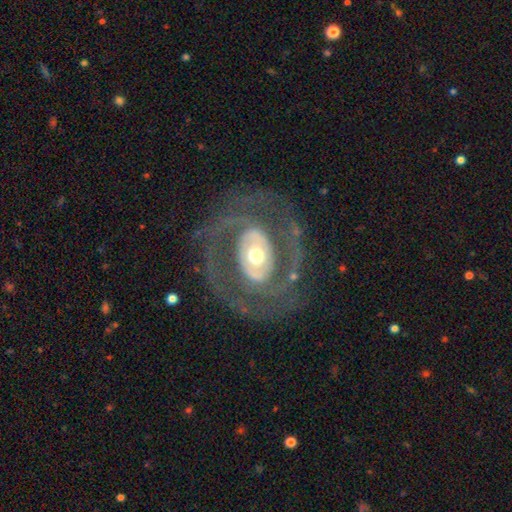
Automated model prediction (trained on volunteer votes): featured or disk 85%, smooth 10%, star or artifact 5%. Down the decision tree: edge-on disk — no (96%); bar — no (63%); spiral arms — yes (80%); spiral arm count — 2 (69%); spiral winding — medium (41%, tied with tight); bulge size — moderate (64%); merging — none (73%).